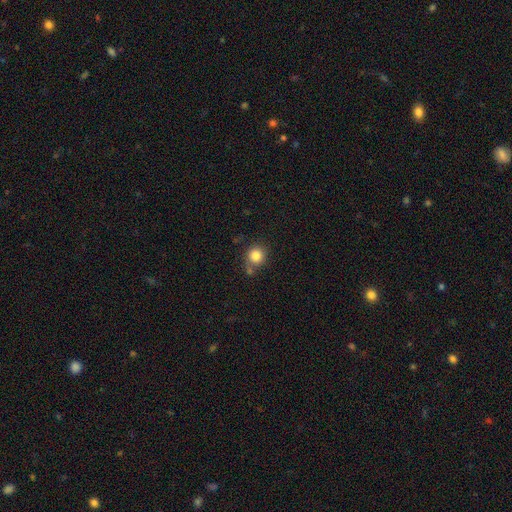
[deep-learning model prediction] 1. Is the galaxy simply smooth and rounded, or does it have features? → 83% smooth, 10% star or artifact, 7% featured or disk.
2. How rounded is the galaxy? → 88% round, 11% in between, 1% cigar-shaped.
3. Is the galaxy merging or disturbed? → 66% none, 16% minor disturbance, 13% merger, 5% major disturbance.